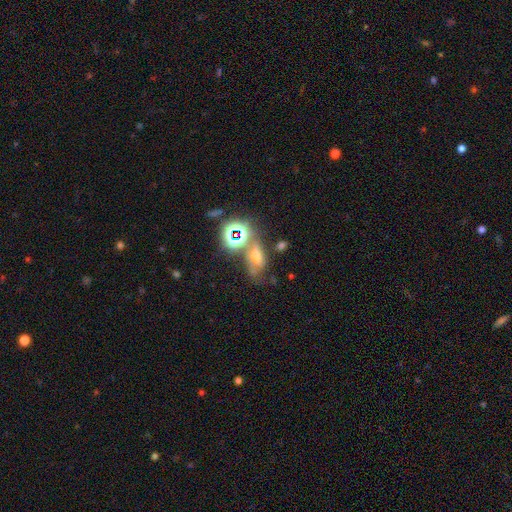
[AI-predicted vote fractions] smooth 38% (tied), star or artifact 38% (tied), featured or disk 23%. Down the decision tree: merging — none (44%).